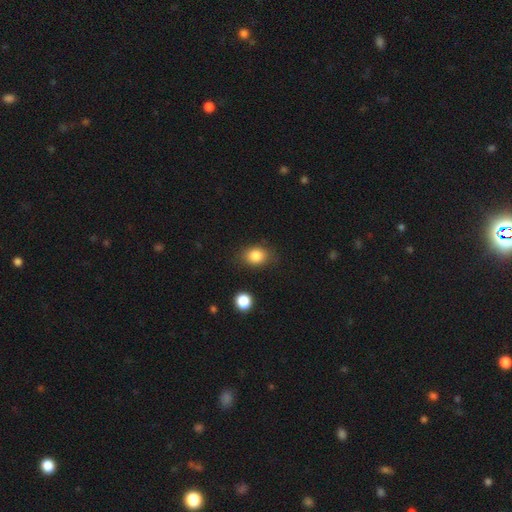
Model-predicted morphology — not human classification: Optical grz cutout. It shows a smooth galaxy with no disk features (84%) that is in between round and cigar-shaped (53%). Merging: none (79%).